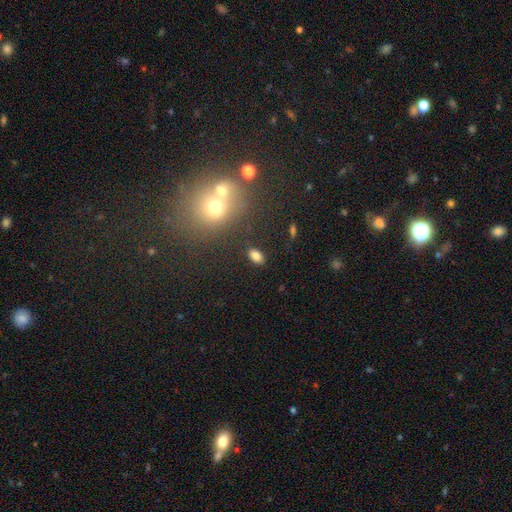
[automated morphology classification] smooth_or_featured: smooth (p=0.82) [alt: star or artifact p=0.11]
how_rounded: in between (p=0.89) [alt: round p=0.08]
merging: none (p=0.84) [alt: minor disturbance p=0.09]